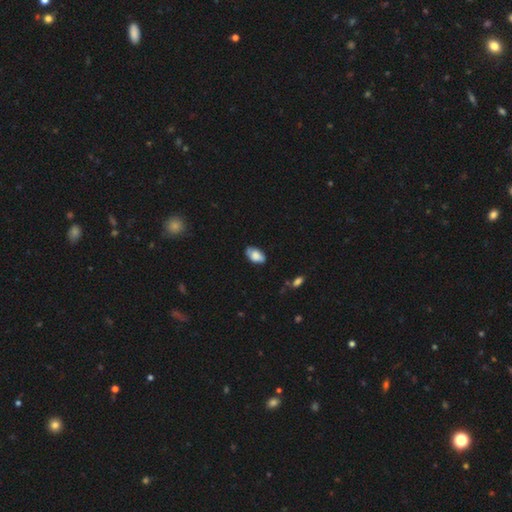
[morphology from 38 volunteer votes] smooth_or_featured: smooth (p=0.74) [alt: featured or disk p=0.21]
how_rounded: in between (p=0.93) [alt: round p=0.04]
merging: none (p=0.83) [alt: minor disturbance p=0.11]